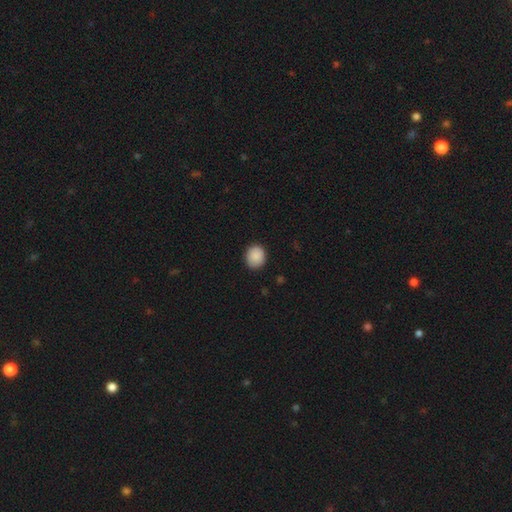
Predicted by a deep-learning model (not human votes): This is clearly a smooth galaxy (89%). How rounded: likely round (69%). Merging: clearly none (87%).